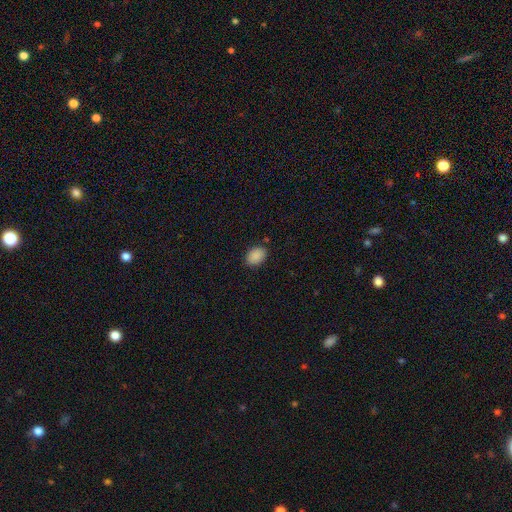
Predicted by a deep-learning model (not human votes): smooth-or-featured: smooth: 89% | star or artifact: 8% | featured or disk: 3%
  how-rounded: in between: 75% | round: 24% | cigar-shaped: 1%
  merging: none: 84% | minor disturbance: 11% | major disturbance: 3% | merger: 2%